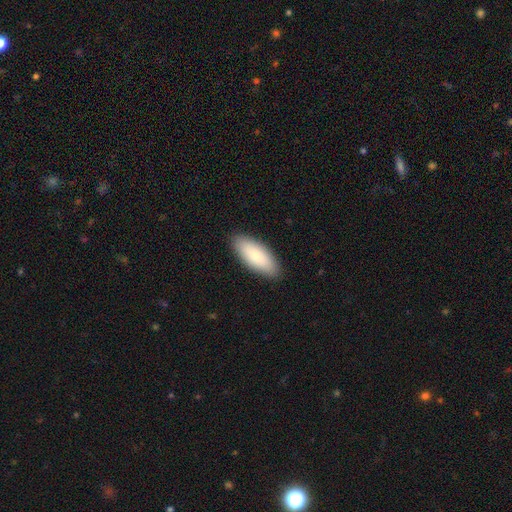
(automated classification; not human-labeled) smooth-or-featured: smooth: 83% | featured or disk: 12% | star or artifact: 5%
  how-rounded: in between: 78% | cigar-shaped: 21% | round: 2%
  merging: none: 89% | minor disturbance: 9% | major disturbance: 2% | merger: 1%